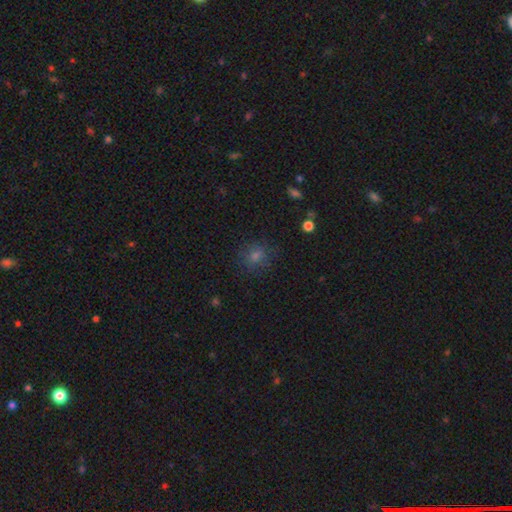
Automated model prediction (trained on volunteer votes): Q: Smooth or featured?
A: smooth (68%); runner-up: star or artifact (24%)
Q: How rounded?
A: round (79%); runner-up: in between (20%)
Q: Merging?
A: none (84%); runner-up: minor disturbance (11%)